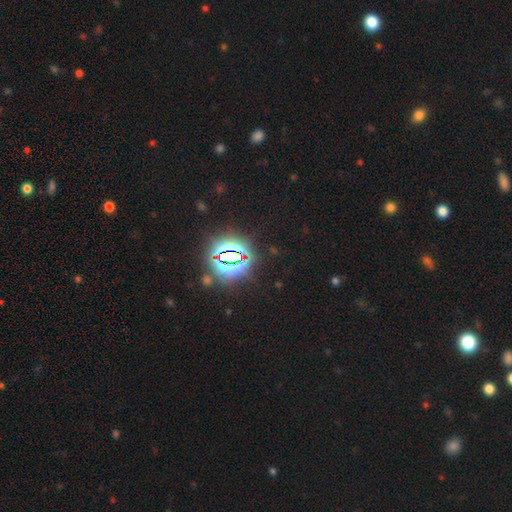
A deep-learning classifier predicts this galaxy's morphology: Smooth or featured: star or artifact — 83% (smooth — 11%)